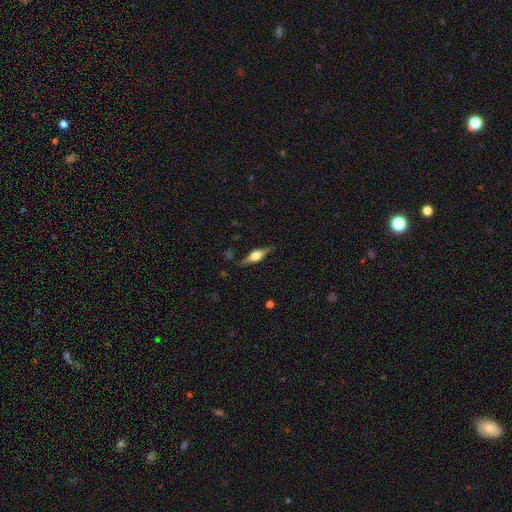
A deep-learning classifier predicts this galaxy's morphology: smooth_or_featured: featured or disk (p=0.77) [alt: smooth p=0.17]
disk_edge_on: yes (p=0.97) [alt: no p=0.03]
edge_on_bulge: rounded (p=0.91) [alt: boxy p=0.07]
merging: none (p=0.87) [alt: minor disturbance p=0.10]